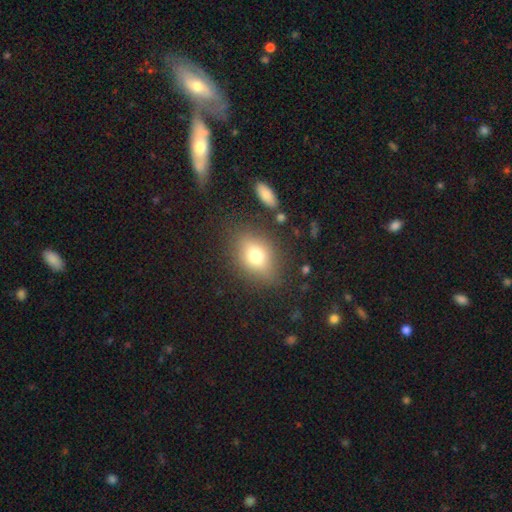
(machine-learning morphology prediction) A smooth galaxy with no disk features (73%) that is in between round and cigar-shaped (65%).

Vote fractions:
- Smooth or featured? smooth: 73% / featured or disk: 16% / star or artifact: 11%
- How rounded? in between: 65% / round: 32% / cigar-shaped: 3%
- Merging? none: 79% / minor disturbance: 13% / major disturbance: 5% / merger: 3%